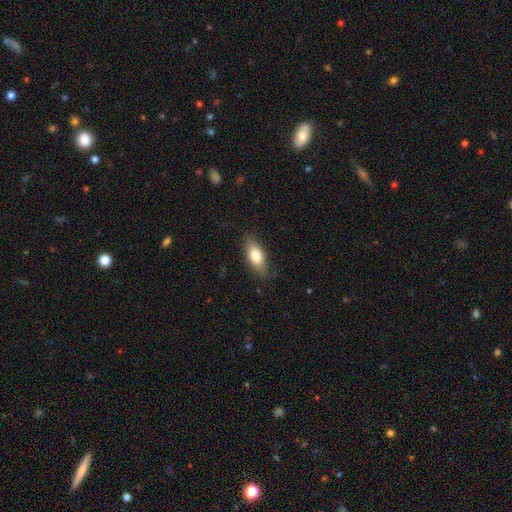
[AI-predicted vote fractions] A smooth galaxy with no disk features (77%) that is in between round and cigar-shaped (81%).

Vote fractions:
- Smooth or featured? smooth: 77% / featured or disk: 17% / star or artifact: 7%
- How rounded? in between: 81% / cigar-shaped: 15% / round: 4%
- Merging? none: 81% / minor disturbance: 15% / major disturbance: 3% / merger: 1%